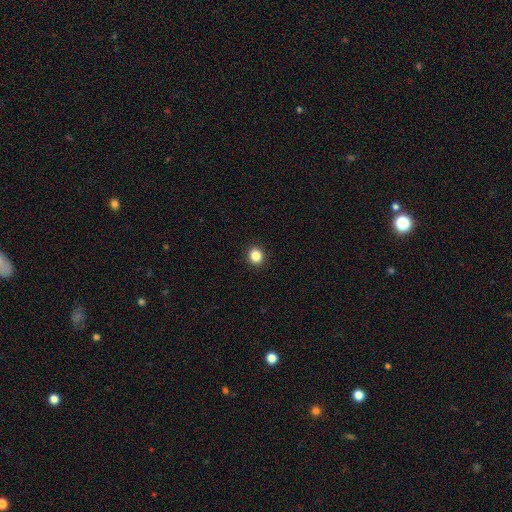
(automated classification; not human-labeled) Q: Smooth or featured?
A: smooth (86%); runner-up: star or artifact (11%)
Q: How rounded?
A: round (88%); runner-up: in between (11%)
Q: Merging?
A: none (93%); runner-up: minor disturbance (5%)